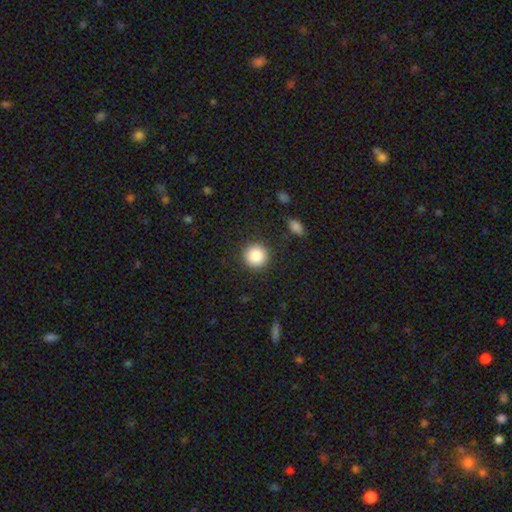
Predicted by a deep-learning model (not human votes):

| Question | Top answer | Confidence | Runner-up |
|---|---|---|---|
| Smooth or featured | smooth | 87% | star or artifact (9%) |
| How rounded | round | 95% | in between (5%) |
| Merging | none | 90% | minor disturbance (6%) |